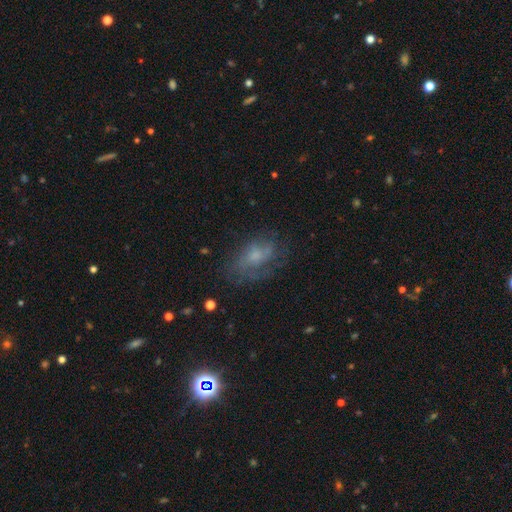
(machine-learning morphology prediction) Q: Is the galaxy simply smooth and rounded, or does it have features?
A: featured or disk — 53%.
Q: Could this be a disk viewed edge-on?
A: no — 95%.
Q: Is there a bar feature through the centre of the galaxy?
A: no — 72%.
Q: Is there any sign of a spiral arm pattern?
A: yes — 69%.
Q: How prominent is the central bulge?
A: small — 41%.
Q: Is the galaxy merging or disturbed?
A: none — 58%.